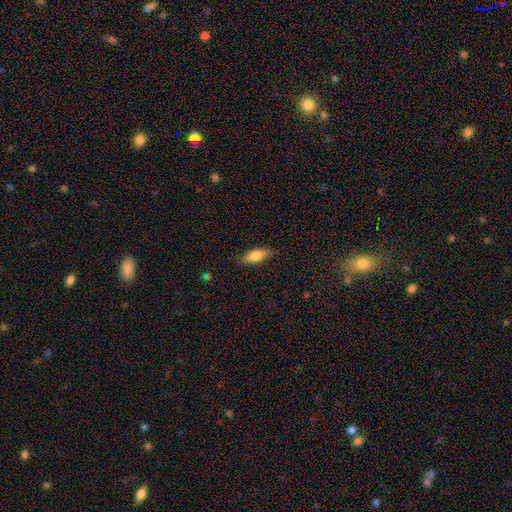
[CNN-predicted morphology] A smooth galaxy with no disk features (73%) that is in between round and cigar-shaped (73%).

Vote fractions:
- Smooth or featured? smooth: 73% / featured or disk: 20% / star or artifact: 7%
- How rounded? in between: 73% / cigar-shaped: 24% / round: 3%
- Merging? none: 83% / minor disturbance: 13% / major disturbance: 3% / merger: 1%